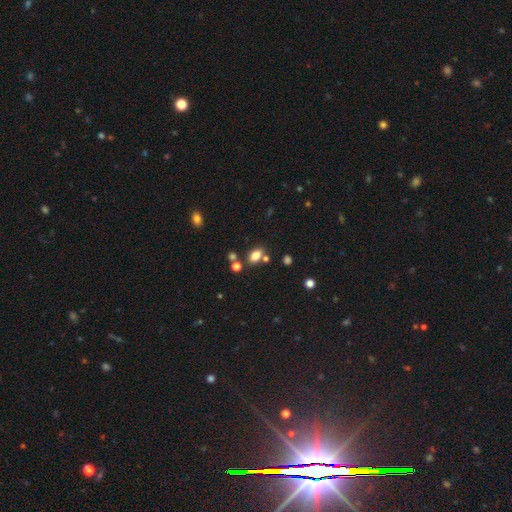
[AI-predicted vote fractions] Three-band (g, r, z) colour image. It shows a smooth galaxy with no disk features (79%) that is in between round and cigar-shaped (82%). Merging: none (67%).